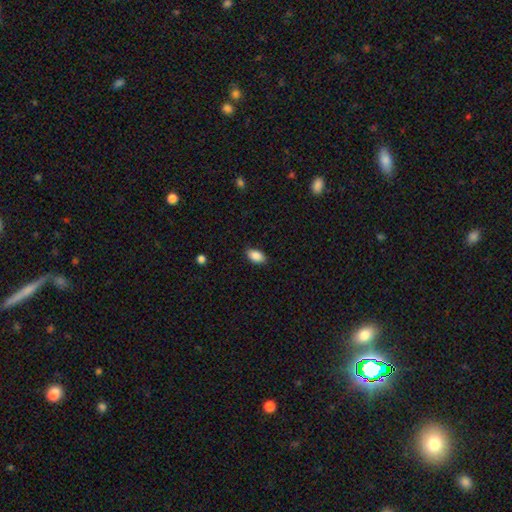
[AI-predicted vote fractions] Smooth or featured: smooth — 88% (star or artifact — 7%)
How rounded: in between — 91% (round — 7%)
Merging: none — 82% (minor disturbance — 15%)